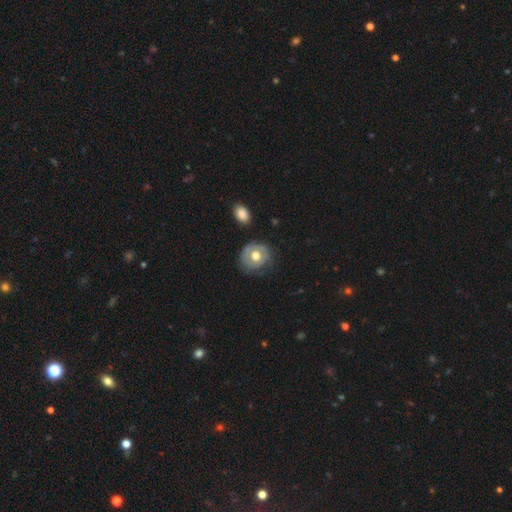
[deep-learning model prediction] smooth_or_featured: featured or disk (p=0.48) [alt: smooth p=0.46]
merging: none (p=0.68) [alt: minor disturbance p=0.21]